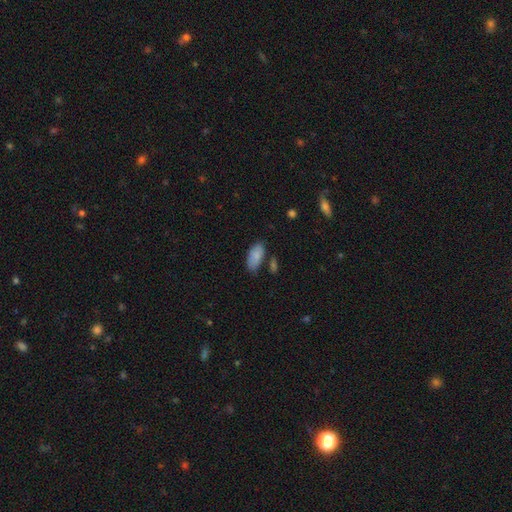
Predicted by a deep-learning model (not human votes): smooth 86%, featured or disk 8%, star or artifact 7%. Down the decision tree: how rounded — in between (92%); merging — none (67%).